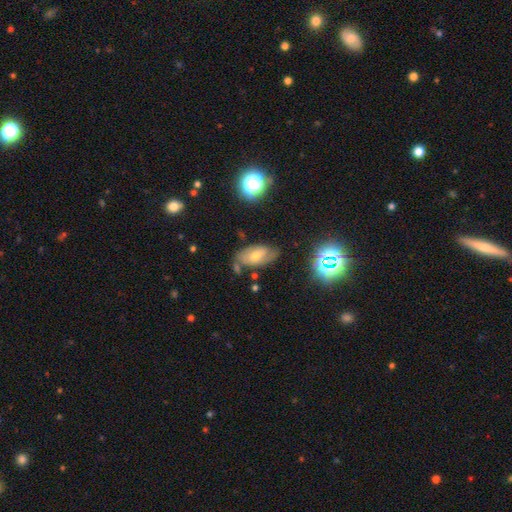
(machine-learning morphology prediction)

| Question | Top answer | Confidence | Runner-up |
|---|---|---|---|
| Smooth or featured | smooth | 44% | featured or disk (43%) |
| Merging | none | 62% | minor disturbance (24%) |